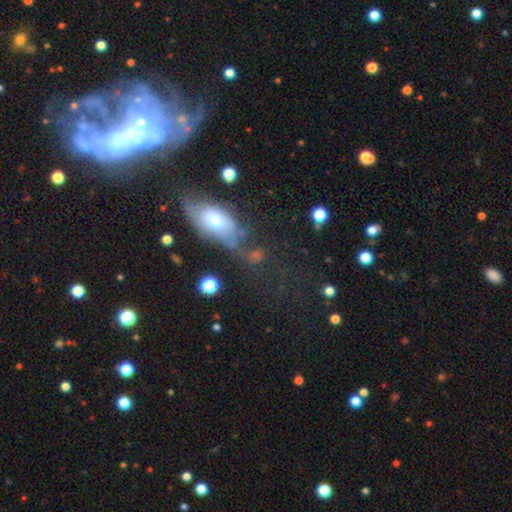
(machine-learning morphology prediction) smooth-or-featured: smooth: 53% | featured or disk: 26% | star or artifact: 21%
  how-rounded: in between: 58% | round: 32% | cigar-shaped: 10%
  merging: none: 47% | major disturbance: 21% | minor disturbance: 20% | merger: 12%